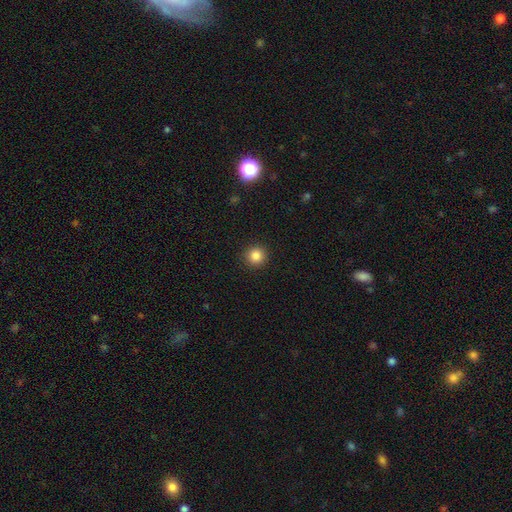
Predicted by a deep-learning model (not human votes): Overall: smooth (85%). How rounded: round (94%). Merging: none (92%).